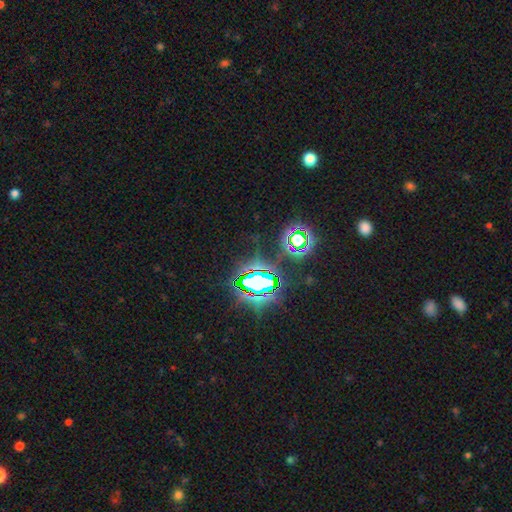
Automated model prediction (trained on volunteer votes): This appears to be a star or artifact, not a galaxy (81%).